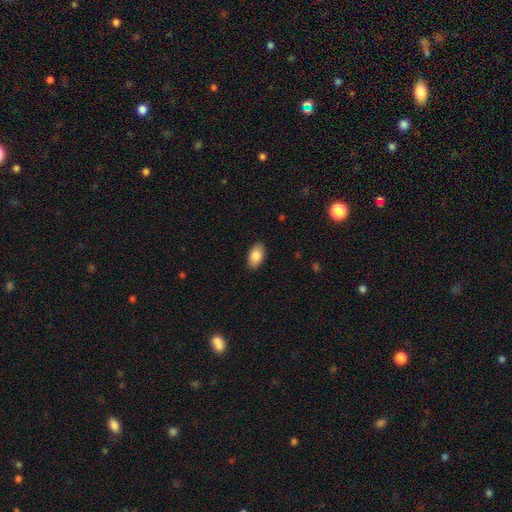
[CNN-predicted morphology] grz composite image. It shows a smooth galaxy with no disk features (86%) that is in between round and cigar-shaped (94%). Merging: none (89%).